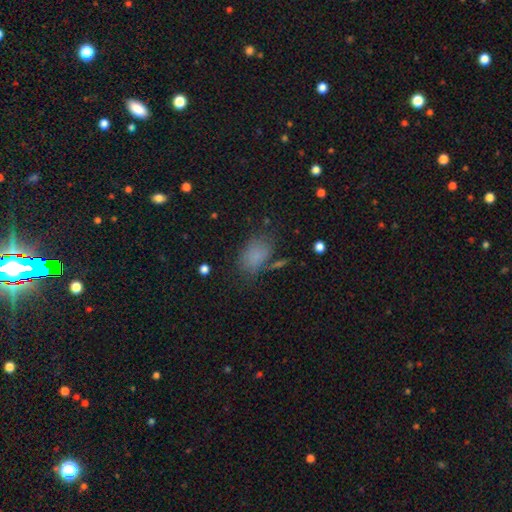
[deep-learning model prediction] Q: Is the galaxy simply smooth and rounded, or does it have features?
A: smooth — 79%.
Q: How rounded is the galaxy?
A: in between — 85%.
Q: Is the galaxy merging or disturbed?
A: none — 63%.